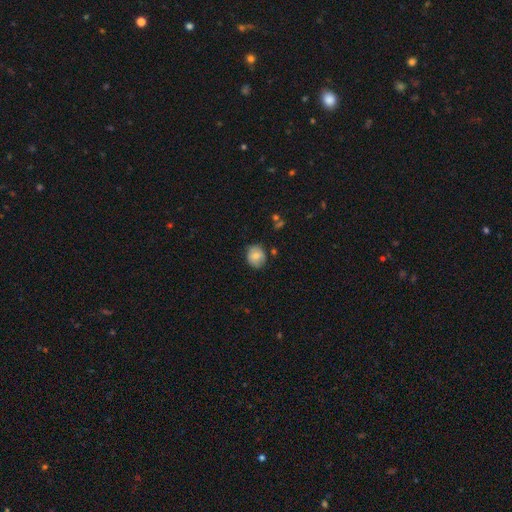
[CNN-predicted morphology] smooth-or-featured: smooth: 78% | featured or disk: 14% | star or artifact: 8%
  how-rounded: round: 75% | in between: 24% | cigar-shaped: 1%
  merging: none: 79% | minor disturbance: 15% | major disturbance: 3% | merger: 2%